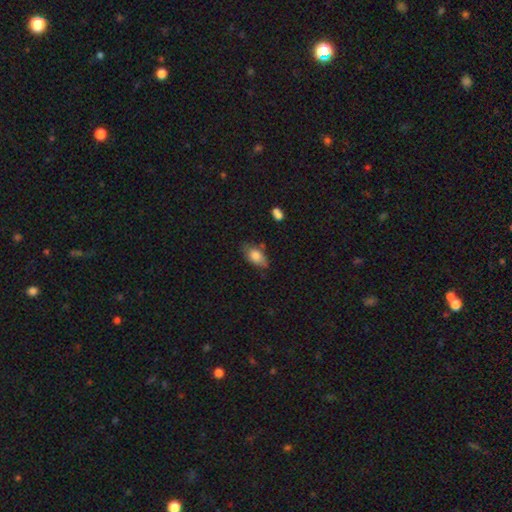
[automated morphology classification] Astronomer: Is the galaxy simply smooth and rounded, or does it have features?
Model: smooth — 78%.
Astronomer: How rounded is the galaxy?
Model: in between — 88%.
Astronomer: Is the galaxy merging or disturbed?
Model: none — 60%.